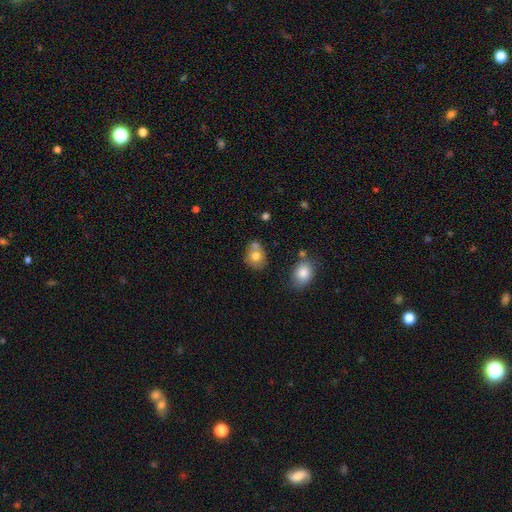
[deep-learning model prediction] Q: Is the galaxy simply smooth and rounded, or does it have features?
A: smooth — 75%.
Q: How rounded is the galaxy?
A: round — 59%.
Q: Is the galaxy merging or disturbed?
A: none — 50%.